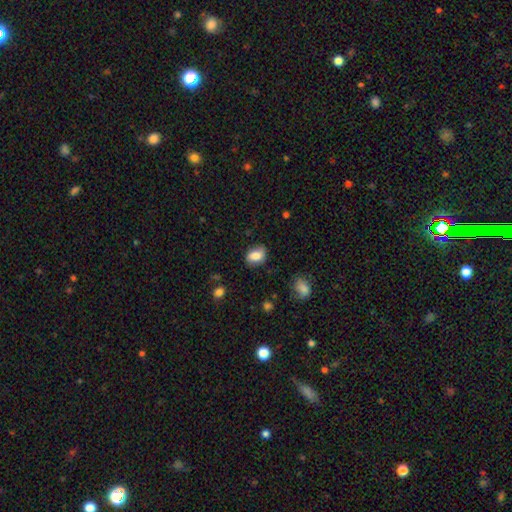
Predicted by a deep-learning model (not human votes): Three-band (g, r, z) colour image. It shows a smooth galaxy with no disk features (77%) that is in between round and cigar-shaped (75%). Merging: none (73%).